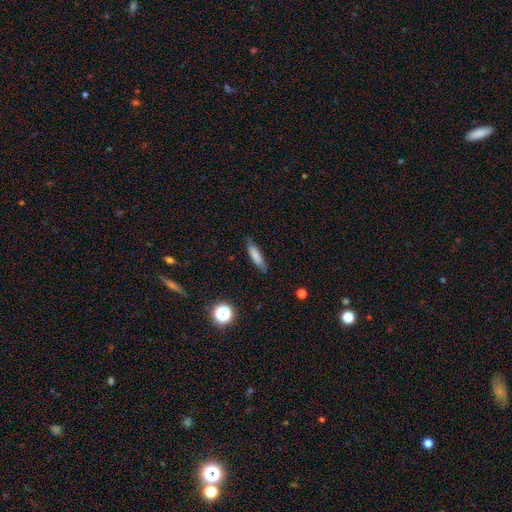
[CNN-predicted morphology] smooth 77%, featured or disk 14%, star or artifact 9%. Down the decision tree: how rounded — cigar-shaped (70%); merging — none (82%).